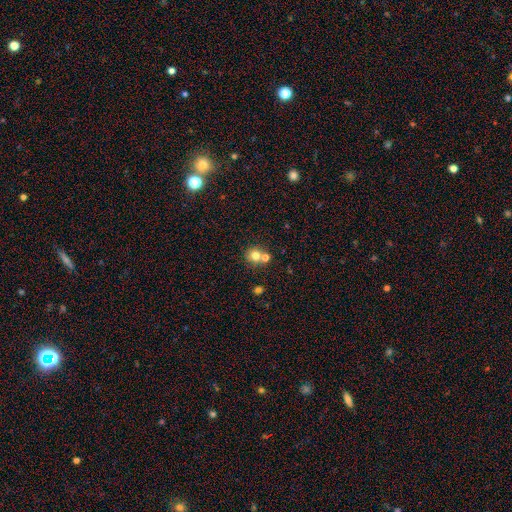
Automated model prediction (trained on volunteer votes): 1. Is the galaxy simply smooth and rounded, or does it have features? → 75% smooth, 13% star or artifact, 11% featured or disk.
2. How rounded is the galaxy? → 87% round, 12% in between, 1% cigar-shaped.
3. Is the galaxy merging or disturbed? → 56% none, 34% merger, 8% minor disturbance, 3% major disturbance.